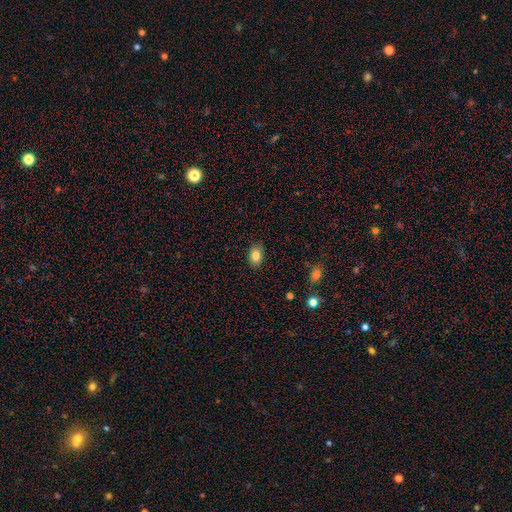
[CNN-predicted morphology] smooth_or_featured: smooth (p=0.84) [alt: star or artifact p=0.09]
how_rounded: in between (p=0.82) [alt: round p=0.17]
merging: none (p=0.87) [alt: minor disturbance p=0.10]